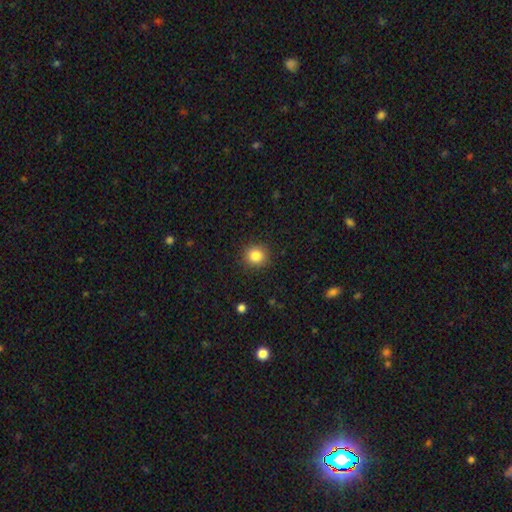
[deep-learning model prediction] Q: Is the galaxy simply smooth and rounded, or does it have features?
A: smooth — 84%.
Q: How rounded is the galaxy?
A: round — 89%.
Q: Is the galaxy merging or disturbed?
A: none — 90%.